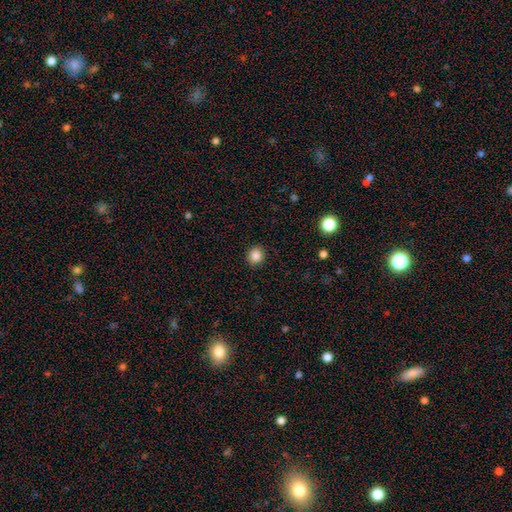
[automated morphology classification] This is clearly a smooth galaxy (86%). How rounded: clearly round (84%). Merging: clearly none (91%).